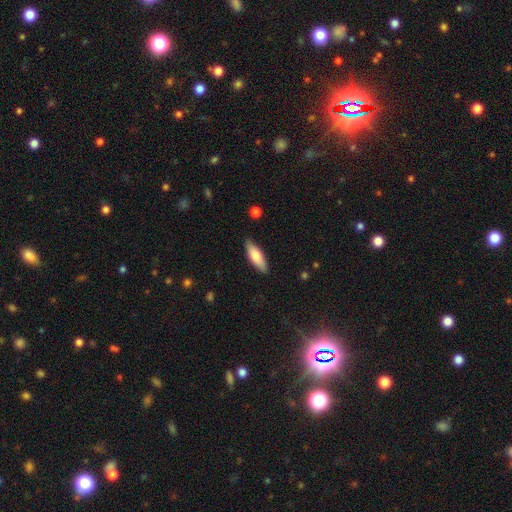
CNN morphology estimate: type=smooth (75%); roundness=in between (59%); merging=none (87%).